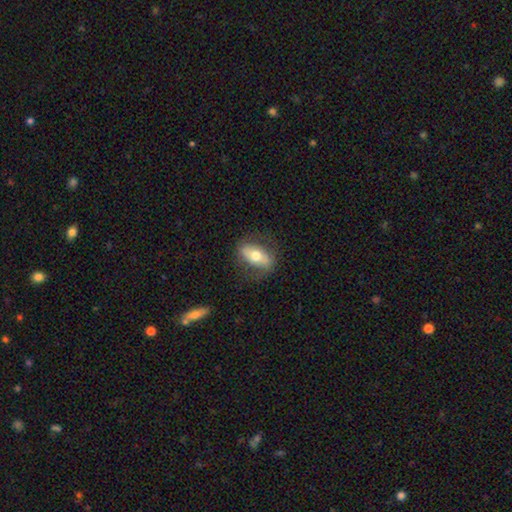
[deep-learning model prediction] Smooth or featured?
  - smooth: 53% *
  - featured or disk: 41%
  - star or artifact: 6%
How rounded?
  - in between: 83% *
  - cigar-shaped: 9%
  - round: 8%
Merging?
  - none: 76% *
  - minor disturbance: 16%
  - major disturbance: 7%
  - merger: 1%